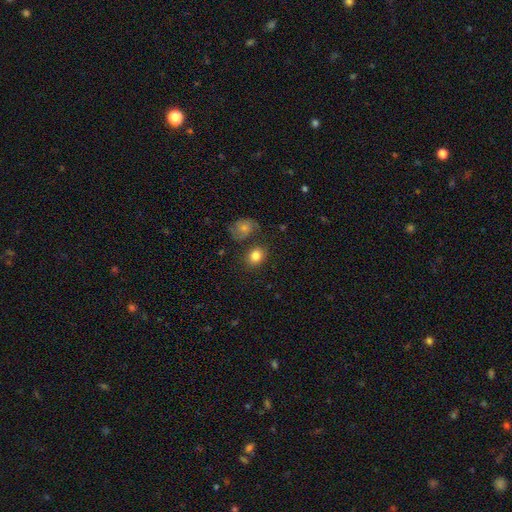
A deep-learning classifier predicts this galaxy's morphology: Smooth or featured?
  - smooth: 82% *
  - featured or disk: 9%
  - star or artifact: 9%
How rounded?
  - round: 54% *
  - in between: 45%
  - cigar-shaped: 1%
Merging?
  - none: 74% *
  - minor disturbance: 13%
  - merger: 10%
  - major disturbance: 4%